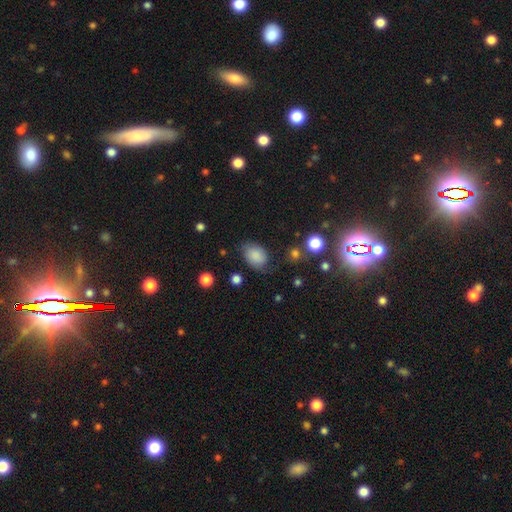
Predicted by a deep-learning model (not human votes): smooth-or-featured: smooth: 77% | featured or disk: 14% | star or artifact: 9%
  how-rounded: in between: 75% | round: 24% | cigar-shaped: 1%
  merging: none: 65% | minor disturbance: 24% | major disturbance: 8% | merger: 3%